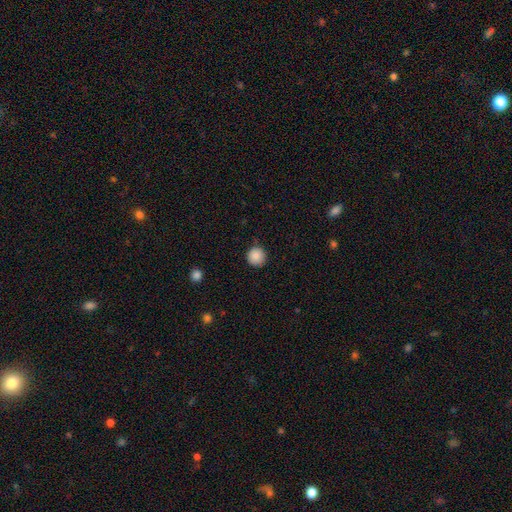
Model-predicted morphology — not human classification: Overall: smooth (88%). How rounded: round (95%). Merging: none (89%).